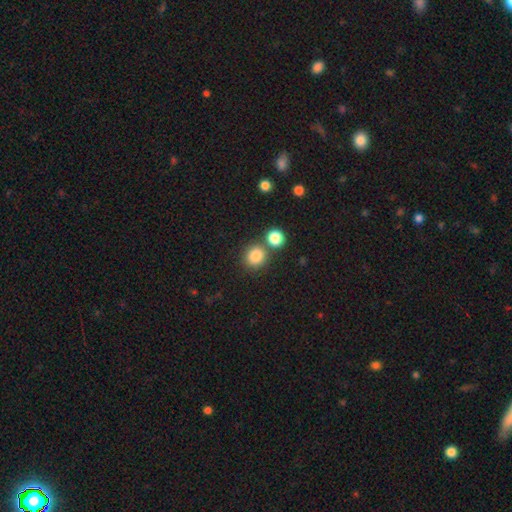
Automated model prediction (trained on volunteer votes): smooth_or_featured: smooth (p=0.84) [alt: star or artifact p=0.11]
how_rounded: round (p=0.82) [alt: in between p=0.17]
merging: none (p=0.70) [alt: merger p=0.19]